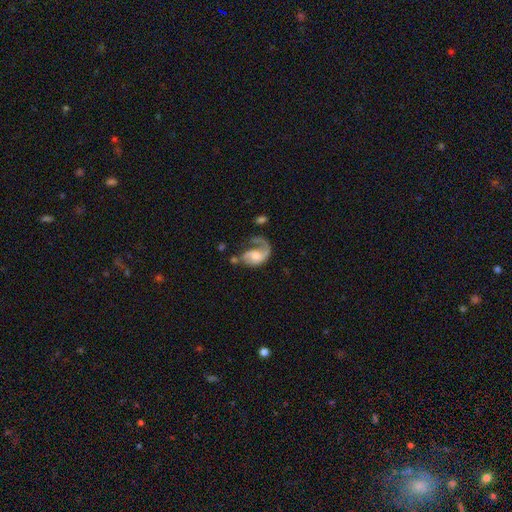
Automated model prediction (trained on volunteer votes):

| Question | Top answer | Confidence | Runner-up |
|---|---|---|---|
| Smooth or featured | featured or disk | 77% | smooth (17%) |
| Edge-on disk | no | 98% | yes (2%) |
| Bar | no | 61% | weak (32%) |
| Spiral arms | yes | 91% | no (9%) |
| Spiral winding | loose | 45% | medium (38%) |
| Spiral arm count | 1 | 62% | 2 (30%) |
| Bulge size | moderate | 46% | small (29%) |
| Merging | major disturbance | 40% | none (33%) |